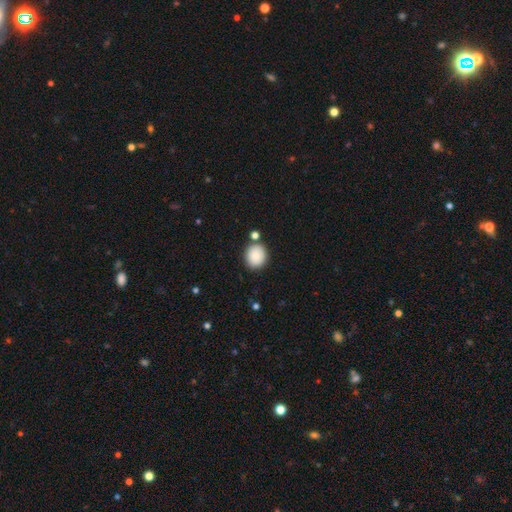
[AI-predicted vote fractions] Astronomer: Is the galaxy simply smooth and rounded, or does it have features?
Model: smooth — 87%.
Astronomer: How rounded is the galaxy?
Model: round — 70%.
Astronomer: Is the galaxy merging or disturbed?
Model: none — 80%.